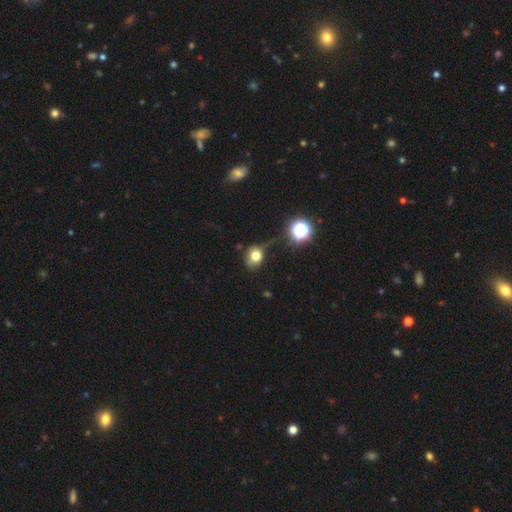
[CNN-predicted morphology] smooth-or-featured: smooth: 74% | star or artifact: 14% | featured or disk: 12%
  how-rounded: round: 58% | in between: 41% | cigar-shaped: 1%
  merging: none: 46% | minor disturbance: 30% | major disturbance: 16% | merger: 8%